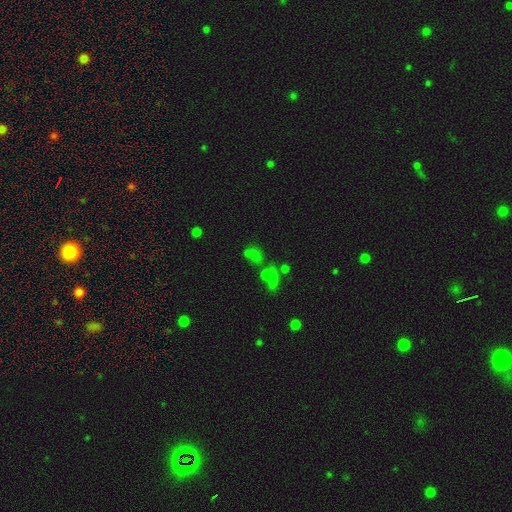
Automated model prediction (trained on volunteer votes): smooth 51%, star or artifact 30%, featured or disk 18%. Down the decision tree: how rounded — round (50%); merging — merger (40%).